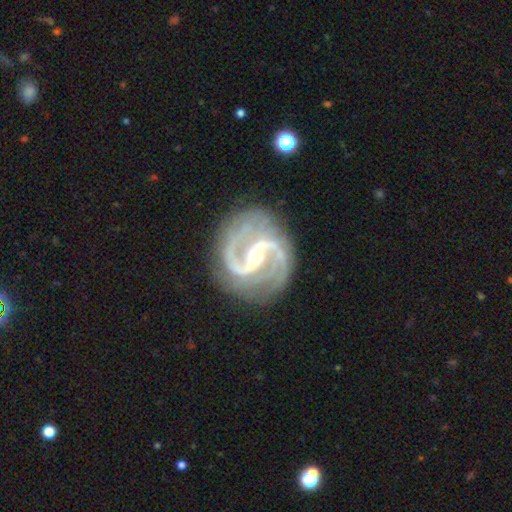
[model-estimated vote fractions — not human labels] smooth-or-featured: featured or disk: 93% | star or artifact: 4% | smooth: 2%
  disk-edge-on: no: 98% | yes: 2%
    bar: strong: 43% | weak: 40% | no: 16%
    has-spiral-arms: yes: 98% | no: 2%
      spiral-winding: medium: 58% | tight: 25% | loose: 17%
      spiral-arm-count: 2: 79% | 3: 10% | can't tell: 4% | 4: 3% | 1: 2% | more than 4: 2%
    bulge-size: moderate: 48% (tied) | small: 48% (tied) | large: 2% | none: 1% | dominant: 1%
  merging: none: 78% | minor disturbance: 14% | major disturbance: 6% | merger: 2%